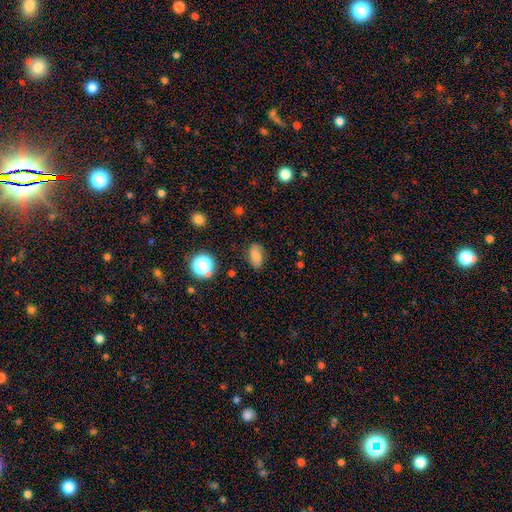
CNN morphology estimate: This is likely a smooth galaxy (75%). How rounded: clearly in between (87%). Merging: likely none (77%).